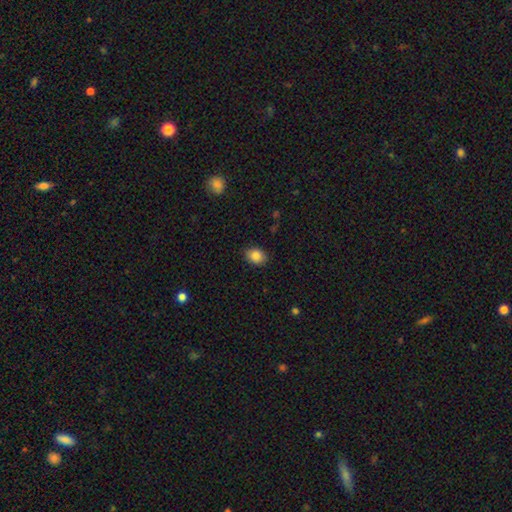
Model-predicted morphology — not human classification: smooth-or-featured: smooth: 87% | star or artifact: 8% | featured or disk: 5%
  how-rounded: in between: 63% | round: 36% | cigar-shaped: 1%
  merging: none: 88% | minor disturbance: 9% | major disturbance: 2% | merger: 1%